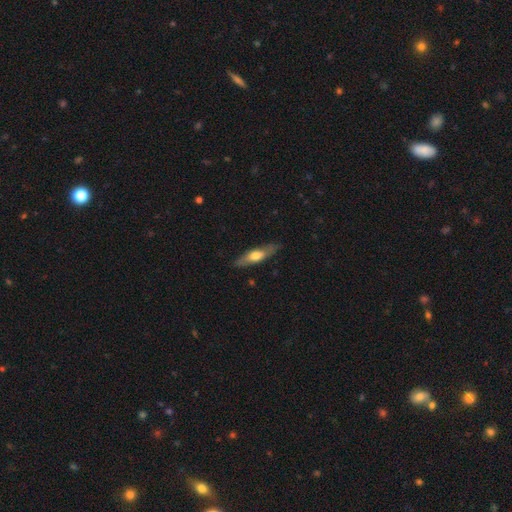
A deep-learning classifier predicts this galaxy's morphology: smooth-or-featured: smooth: 52% | featured or disk: 43% | star or artifact: 5%
  how-rounded: cigar-shaped: 66% | in between: 31% | round: 2%
  merging: none: 84% | minor disturbance: 13% | major disturbance: 3% | merger: 1%